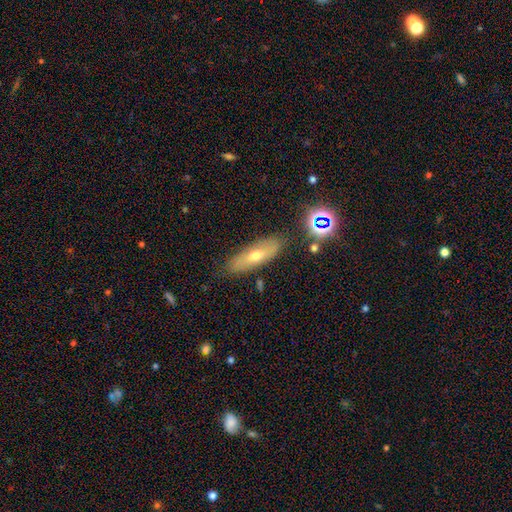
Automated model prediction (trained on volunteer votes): The model was most divided on "smooth or featured": smooth: 46%, featured or disk: 42%, star or artifact: 12%. More confident: merging — none (83%).